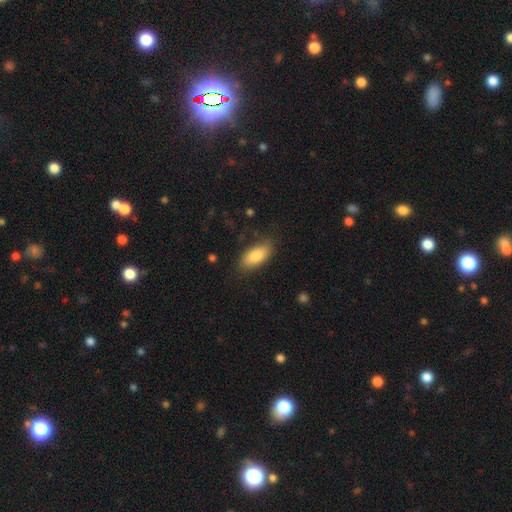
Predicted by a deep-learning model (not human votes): smooth 83%, featured or disk 11%, star or artifact 6%. Down the decision tree: how rounded — in between (88%); merging — none (80%).